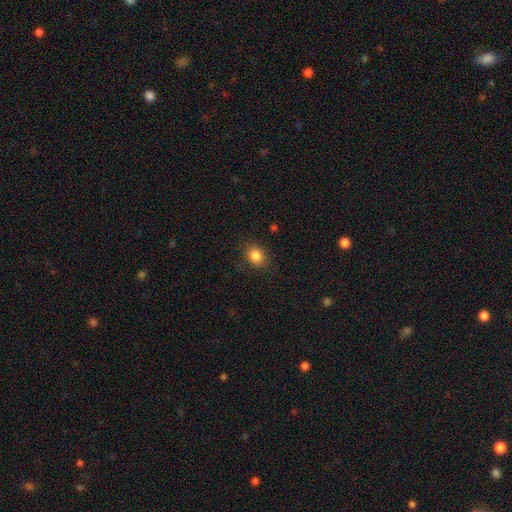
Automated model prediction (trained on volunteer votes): Smooth or featured: smooth — 85% (star or artifact — 10%)
How rounded: round — 55% (in between — 44%)
Merging: none — 87% (minor disturbance — 9%)